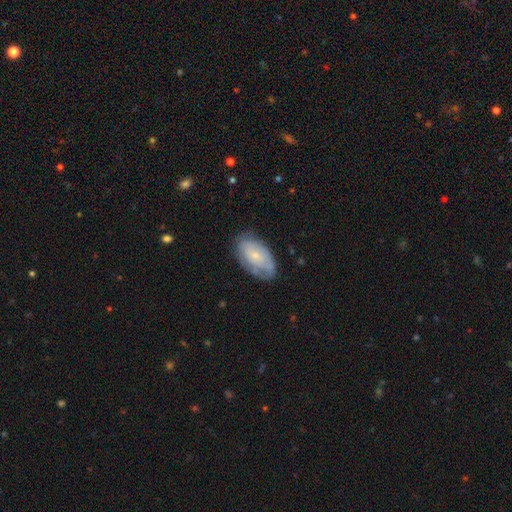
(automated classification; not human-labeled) This appears to be a smooth galaxy with no disk features (50%). Merging: none (68%).